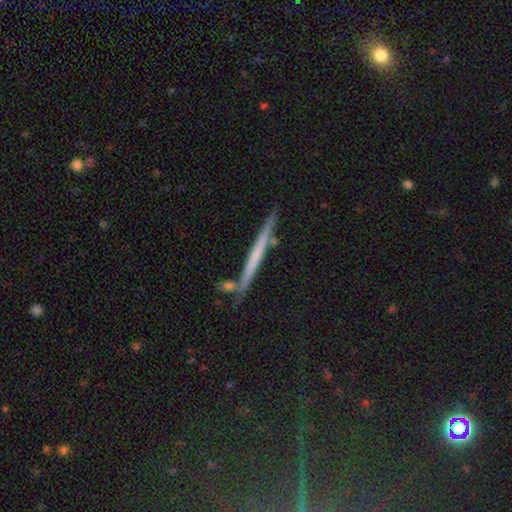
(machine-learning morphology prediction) featured or disk 49%, smooth 43%, star or artifact 7%. Down the decision tree: merging — none (81%).